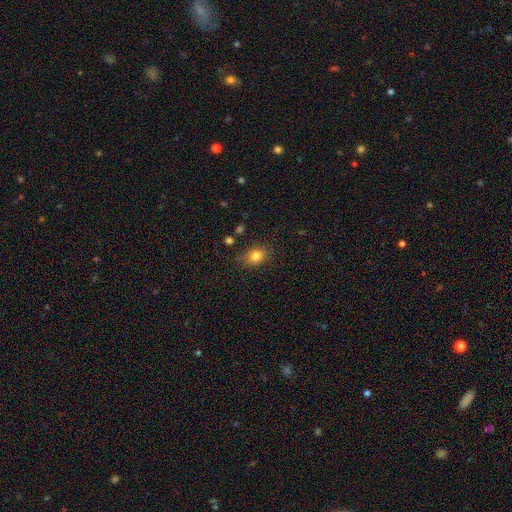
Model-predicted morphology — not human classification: This appears to be a smooth galaxy with no disk features (82%) that is in between round and cigar-shaped (59%). Merging: none (81%).